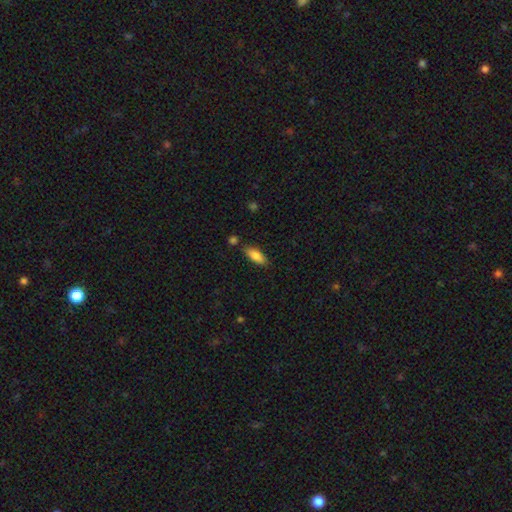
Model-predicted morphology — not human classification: smooth_or_featured: smooth (p=0.83) [alt: featured or disk p=0.10]
how_rounded: in between (p=0.77) [alt: cigar-shaped p=0.21]
merging: none (p=0.77) [alt: minor disturbance p=0.14]